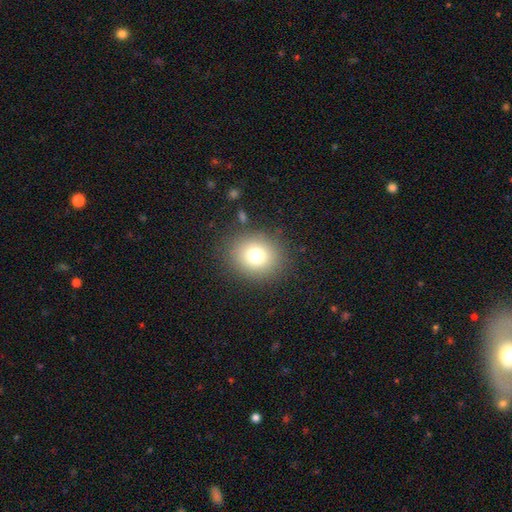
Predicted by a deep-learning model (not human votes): Morphology: type=smooth (75%); roundness=round (78%); merging=none (86%).